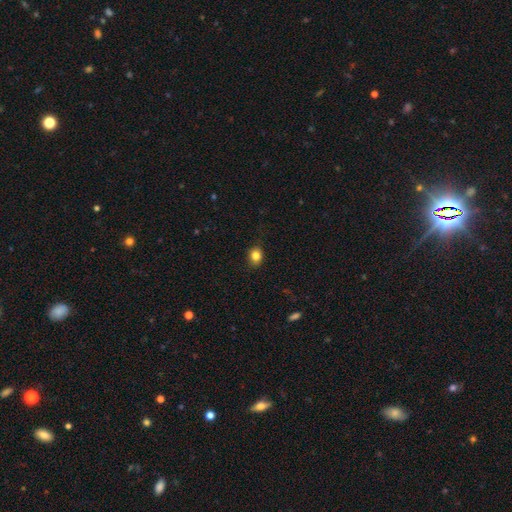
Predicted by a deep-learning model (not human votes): Smooth or featured?
  - smooth: 83% *
  - star or artifact: 11%
  - featured or disk: 6%
How rounded?
  - round: 55% *
  - in between: 44%
  - cigar-shaped: 1%
Merging?
  - none: 85% *
  - minor disturbance: 11%
  - major disturbance: 2%
  - merger: 1%